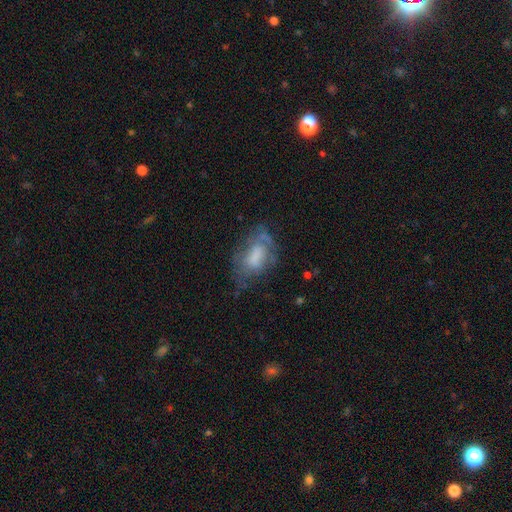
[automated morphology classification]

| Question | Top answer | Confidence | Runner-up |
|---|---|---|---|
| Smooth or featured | smooth | 45% | tied: featured or disk (45%) |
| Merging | none | 46% | minor disturbance (27%) |